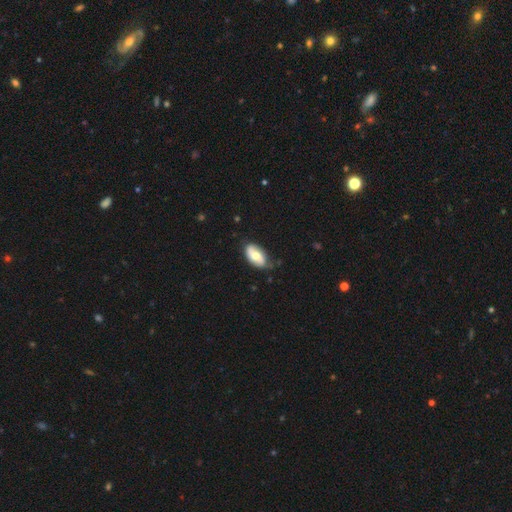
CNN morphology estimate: type=smooth (61%); roundness=in between (93%); merging=none (72%).